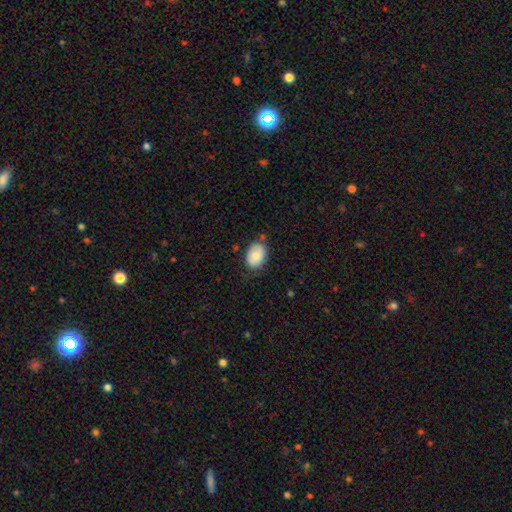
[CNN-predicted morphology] Smooth or featured? Predicted: smooth (p=0.76). How rounded? Predicted: in between (p=0.80). Merging? Predicted: none (p=0.75).